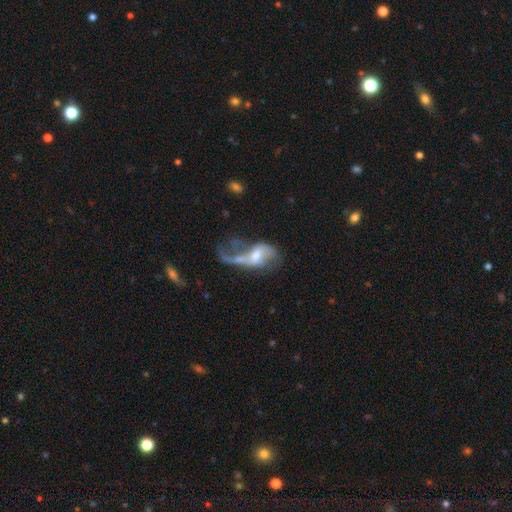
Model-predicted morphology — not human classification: Smooth or featured? Predicted: featured or disk (p=0.69). Edge-on disk? Predicted: no (p=0.94). Bar? Predicted: weak (p=0.42, tied with no). Spiral arms? Predicted: yes (p=0.68). Bulge size? Predicted: moderate (p=0.48). Merging? Predicted: major disturbance (p=0.45).